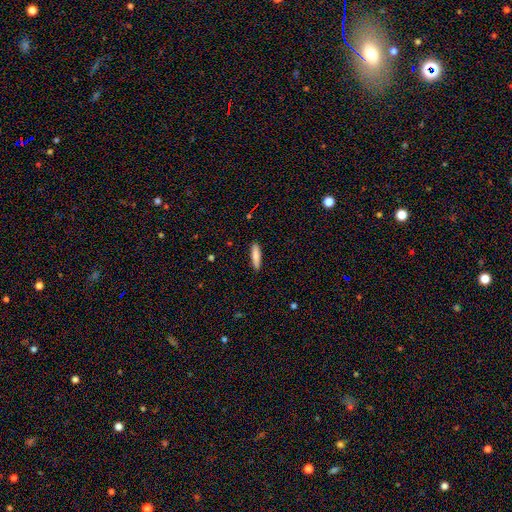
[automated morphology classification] Smooth or featured?
  - smooth: 84% *
  - featured or disk: 10%
  - star or artifact: 6%
How rounded?
  - cigar-shaped: 77% *
  - in between: 21%
  - round: 1%
Merging?
  - none: 90% *
  - minor disturbance: 7%
  - major disturbance: 2%
  - merger: 1%